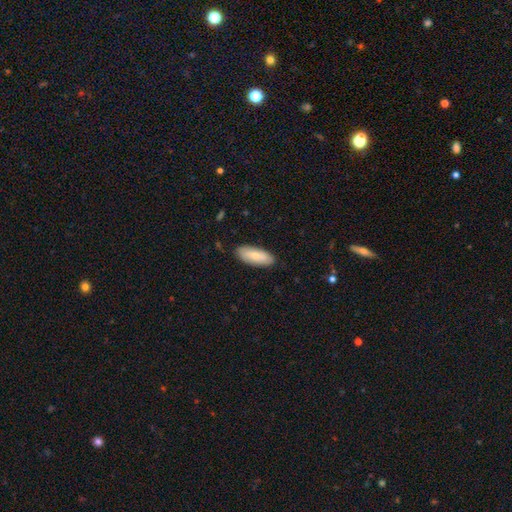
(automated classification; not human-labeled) A smooth galaxy with no disk features (77%) that is in between round and cigar-shaped (73%).

Vote fractions:
- Smooth or featured? smooth: 77% / featured or disk: 17% / star or artifact: 6%
- How rounded? in between: 73% / cigar-shaped: 25% / round: 2%
- Merging? none: 86% / minor disturbance: 11% / major disturbance: 2% / merger: 1%